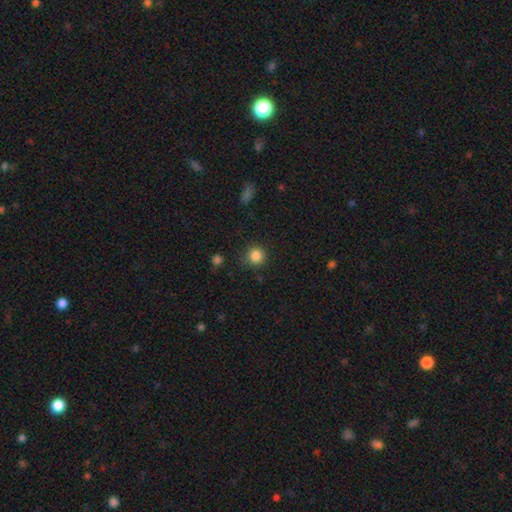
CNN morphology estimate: Overall: smooth (85%). How rounded: round (93%). Merging: none (86%).